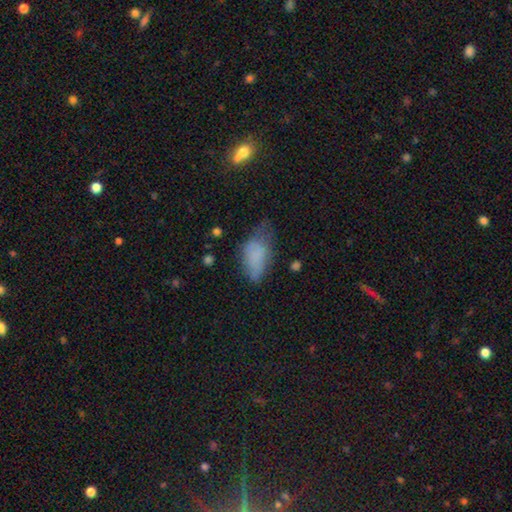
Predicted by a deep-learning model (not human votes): smooth_or_featured: smooth (p=0.73) [alt: featured or disk p=0.16]
how_rounded: in between (p=0.91) [alt: round p=0.05]
merging: minor disturbance (p=0.39) [alt: none p=0.35]